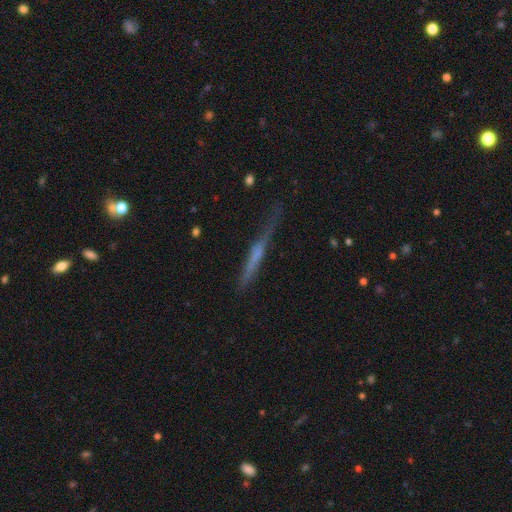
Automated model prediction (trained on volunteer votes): Q: Smooth or featured?
A: featured or disk (51%); runner-up: smooth (40%)
Q: Edge-on disk?
A: yes (93%); runner-up: no (7%)
Q: Merging?
A: none (60%); runner-up: minor disturbance (26%)